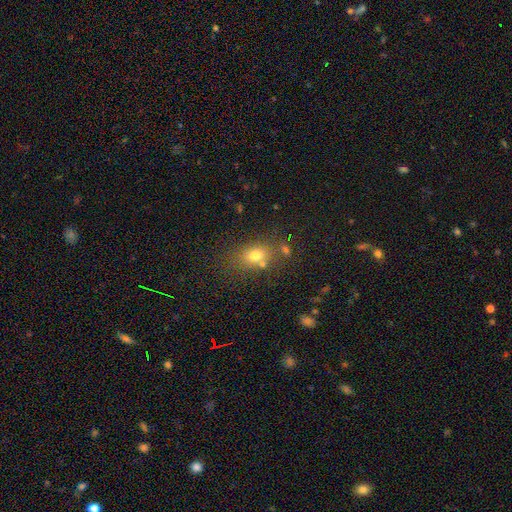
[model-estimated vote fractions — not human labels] smooth_or_featured: smooth (p=0.72) [alt: star or artifact p=0.16]
how_rounded: in between (p=0.64) [alt: round p=0.33]
merging: none (p=0.64) [alt: minor disturbance p=0.15]